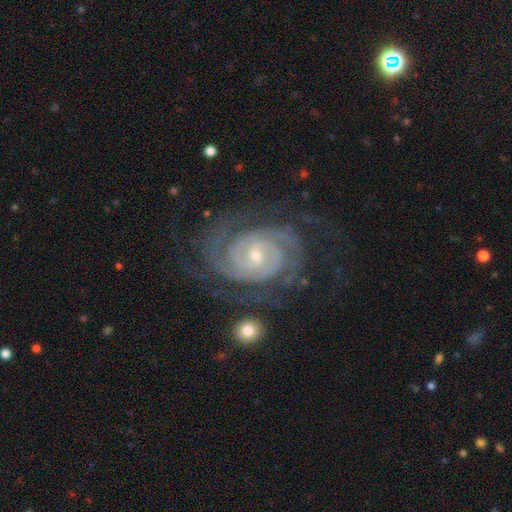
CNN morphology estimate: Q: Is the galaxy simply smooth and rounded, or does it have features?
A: featured or disk — 93%.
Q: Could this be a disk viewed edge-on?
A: no — 98%.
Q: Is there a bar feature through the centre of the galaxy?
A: no — 50%.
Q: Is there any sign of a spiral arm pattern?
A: yes — 99%.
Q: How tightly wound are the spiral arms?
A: tight — 83%.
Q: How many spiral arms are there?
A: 2 — 63%.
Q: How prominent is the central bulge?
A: small — 66%.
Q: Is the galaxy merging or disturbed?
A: none — 73%.